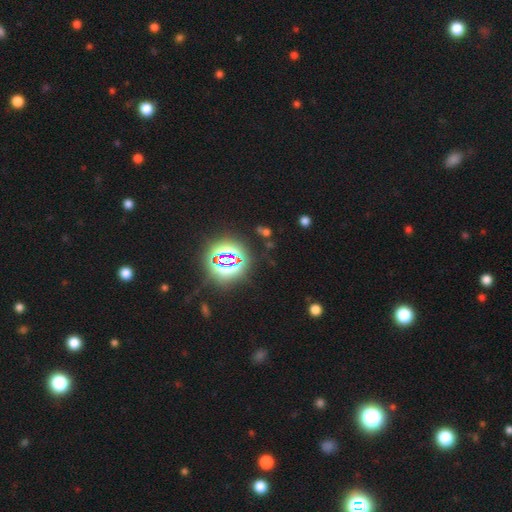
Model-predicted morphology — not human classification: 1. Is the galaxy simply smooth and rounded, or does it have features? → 81% star or artifact, 13% smooth, 6% featured or disk.